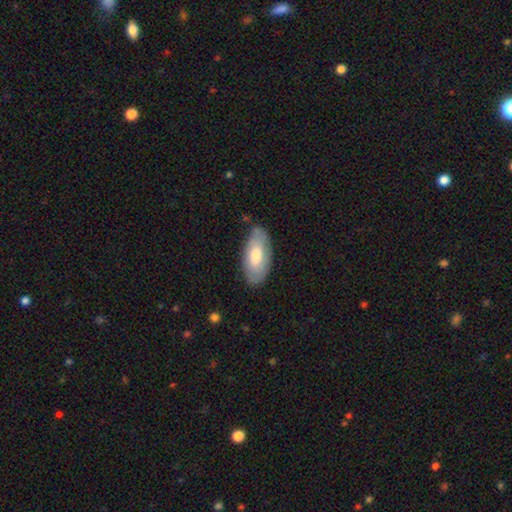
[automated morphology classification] type=smooth (58%); roundness=in between (91%); merging=none (77%).